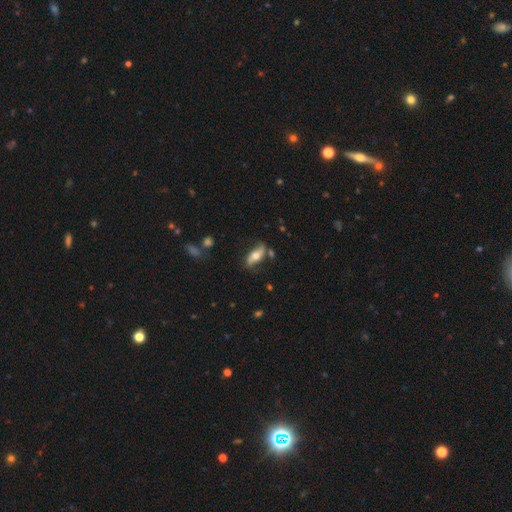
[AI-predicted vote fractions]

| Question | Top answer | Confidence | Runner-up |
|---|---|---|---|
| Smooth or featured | featured or disk | 51% | smooth (42%) |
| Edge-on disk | no | 70% | yes (30%) |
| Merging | none | 67% | minor disturbance (21%) |